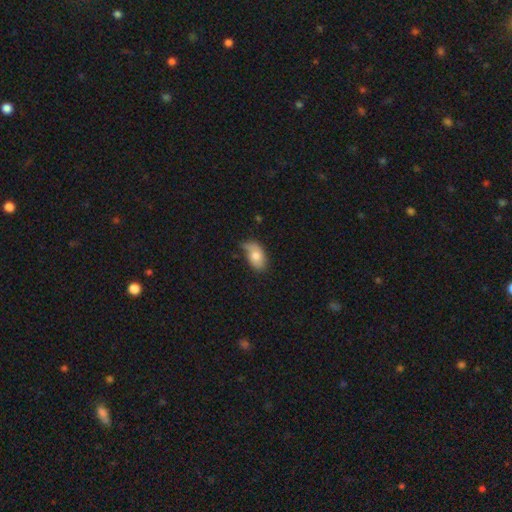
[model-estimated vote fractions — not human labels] The model was most divided on "merging": none: 44%, minor disturbance: 39%, major disturbance: 13%, merger: 4%. More confident: how rounded — in between (90%); smooth or featured — smooth (72%).